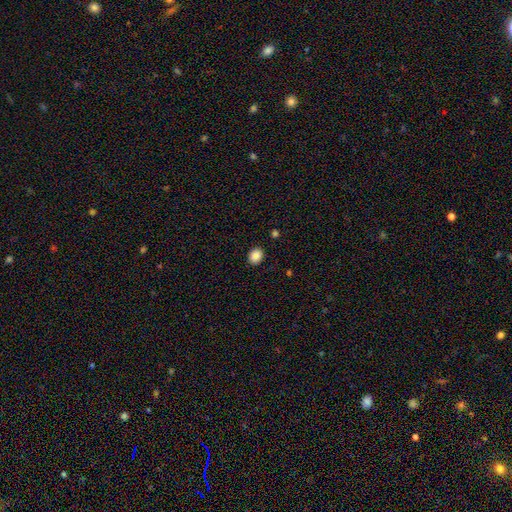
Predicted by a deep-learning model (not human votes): Overall: smooth (88%). How rounded: in between (50%; round 49%). Merging: none (89%).